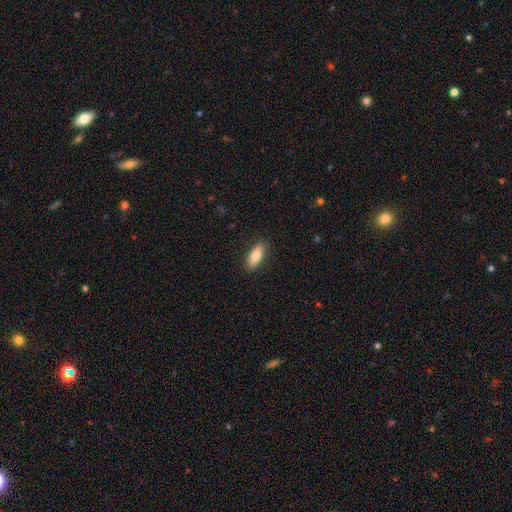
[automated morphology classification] smooth_or_featured: smooth (p=0.77) [alt: featured or disk p=0.17]
how_rounded: in between (p=0.78) [alt: cigar-shaped p=0.20]
merging: none (p=0.88) [alt: minor disturbance p=0.09]